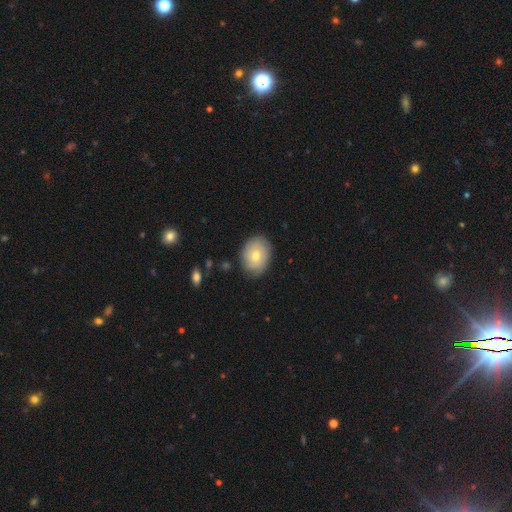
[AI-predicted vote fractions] The model was most divided on "how rounded": in between: 60%, round: 39%, cigar-shaped: 1%. More confident: merging — none (80%); smooth or featured — smooth (59%).